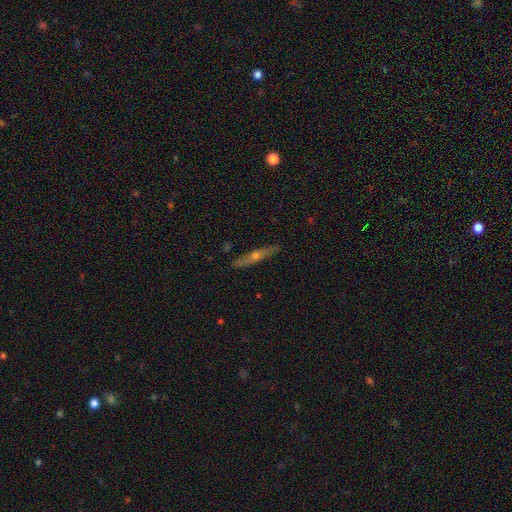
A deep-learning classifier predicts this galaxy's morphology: A featured or disk galaxy (65%) viewed edge-on (92%) with a rounded central bulge (88%).

Vote fractions:
- Smooth or featured? featured or disk: 65% / smooth: 28% / star or artifact: 7%
- Edge-on disk? yes: 92% / no: 8%
- Edge-on bulge? rounded: 88% / none: 10% / boxy: 2%
- Merging? none: 87% / minor disturbance: 9% / major disturbance: 2% / merger: 1%